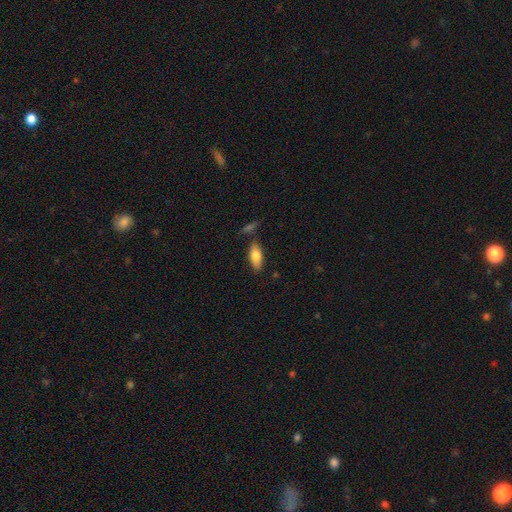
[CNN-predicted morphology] A smooth galaxy with no disk features (78%) that is in between round and cigar-shaped (82%). Merging: none (77%).